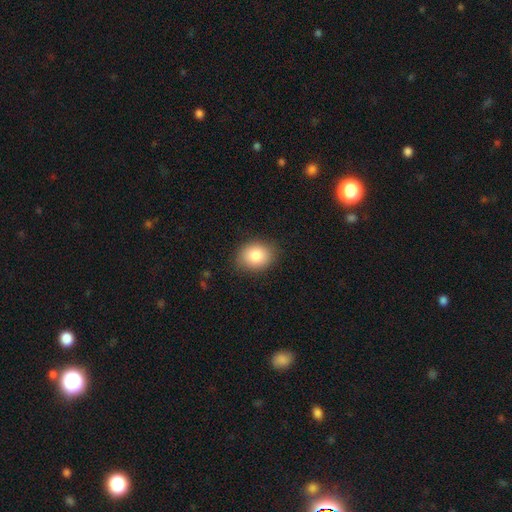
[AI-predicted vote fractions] Morphology: type=smooth (83%); roundness=round (54%); merging=none (85%).